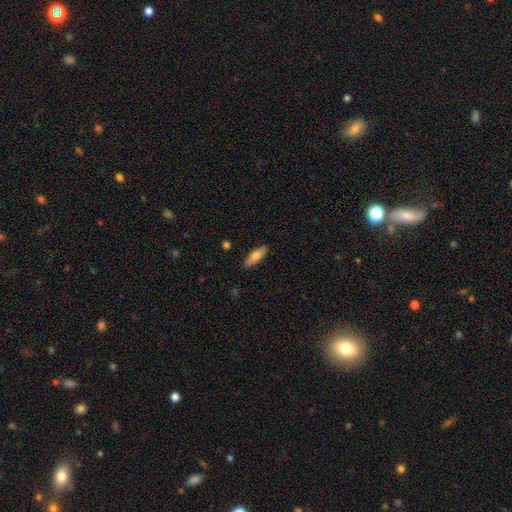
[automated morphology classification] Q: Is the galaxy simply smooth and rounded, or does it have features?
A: smooth — 74%.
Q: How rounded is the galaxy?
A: in between — 59%.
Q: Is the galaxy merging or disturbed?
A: none — 87%.